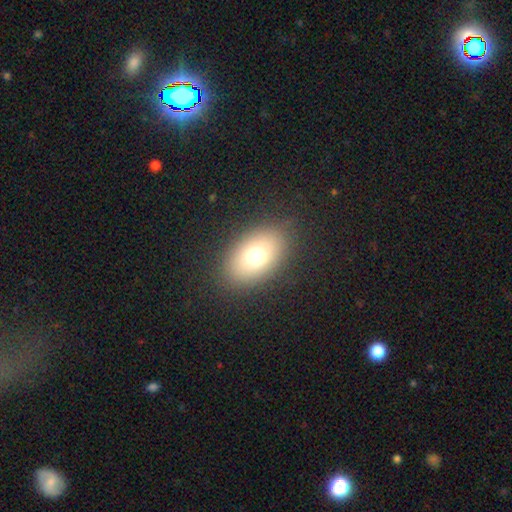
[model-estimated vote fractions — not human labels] Q: Smooth or featured?
A: smooth (70%); runner-up: featured or disk (15%)
Q: How rounded?
A: in between (79%); runner-up: round (20%)
Q: Merging?
A: none (84%); runner-up: minor disturbance (10%)